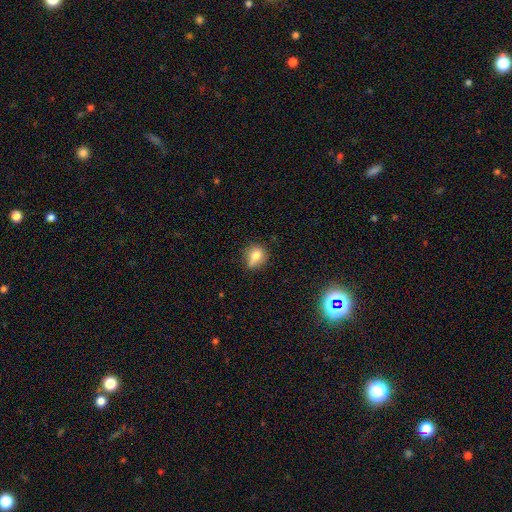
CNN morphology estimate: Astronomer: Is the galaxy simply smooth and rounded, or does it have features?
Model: smooth — 76%.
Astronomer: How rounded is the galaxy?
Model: round — 65%.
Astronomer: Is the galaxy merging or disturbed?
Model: none — 59%.